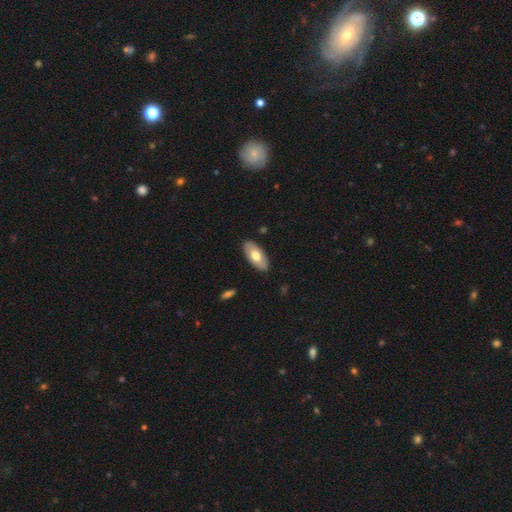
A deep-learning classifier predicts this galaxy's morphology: Smooth or featured?
  - smooth: 65% *
  - featured or disk: 29%
  - star or artifact: 5%
How rounded?
  - in between: 92% *
  - cigar-shaped: 6%
  - round: 2%
Merging?
  - none: 88% *
  - minor disturbance: 9%
  - major disturbance: 2%
  - merger: 1%